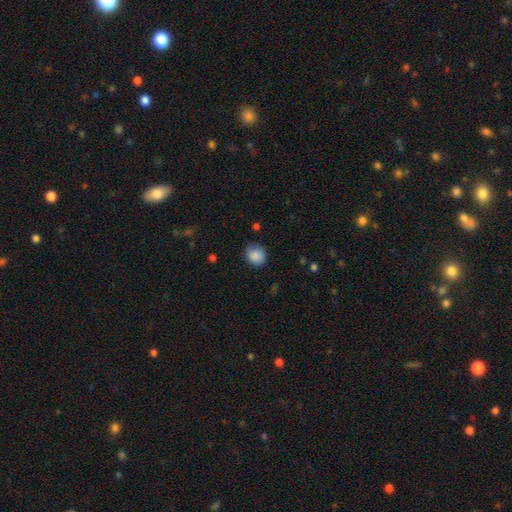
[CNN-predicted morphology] Smooth or featured?
  - smooth: 87% *
  - star or artifact: 9%
  - featured or disk: 4%
How rounded?
  - round: 69% *
  - in between: 30%
  - cigar-shaped: 1%
Merging?
  - none: 76% *
  - minor disturbance: 19%
  - major disturbance: 4%
  - merger: 1%